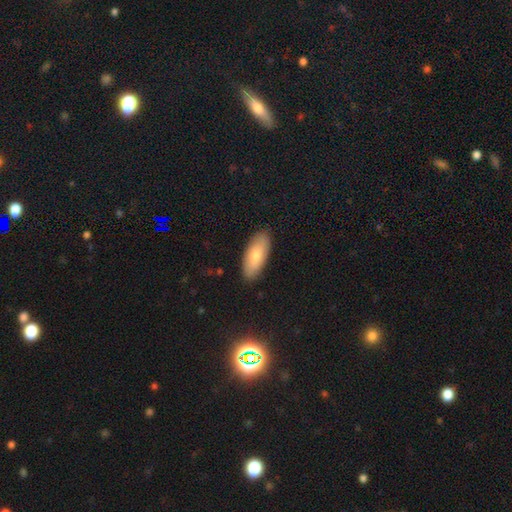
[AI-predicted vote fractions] Smooth or featured: smooth — 76% (featured or disk — 18%)
How rounded: in between — 83% (cigar-shaped — 15%)
Merging: none — 87% (minor disturbance — 10%)